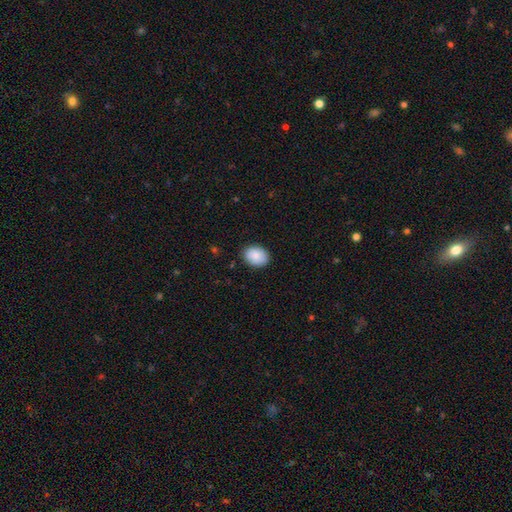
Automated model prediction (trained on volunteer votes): The model was most divided on "how rounded": in between: 68%, round: 31%, cigar-shaped: 1%. More confident: smooth or featured — smooth (87%); merging — none (87%).